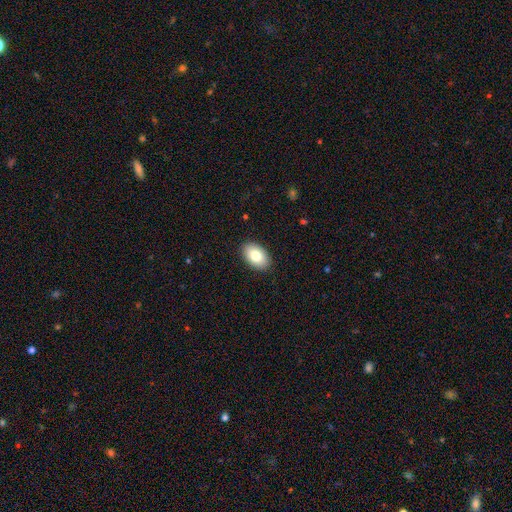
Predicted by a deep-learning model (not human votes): Morphology: type=smooth (83%); roundness=in between (92%); merging=none (89%).